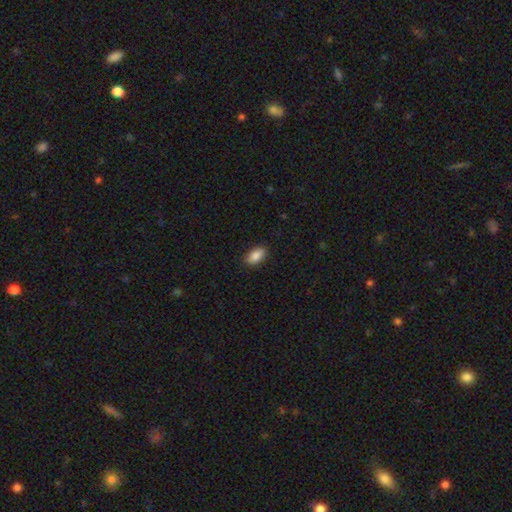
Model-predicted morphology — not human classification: smooth-or-featured: smooth: 86% | star or artifact: 7% | featured or disk: 7%
  how-rounded: in between: 91% | cigar-shaped: 5% | round: 4%
  merging: none: 88% | minor disturbance: 9% | major disturbance: 2% | merger: 1%